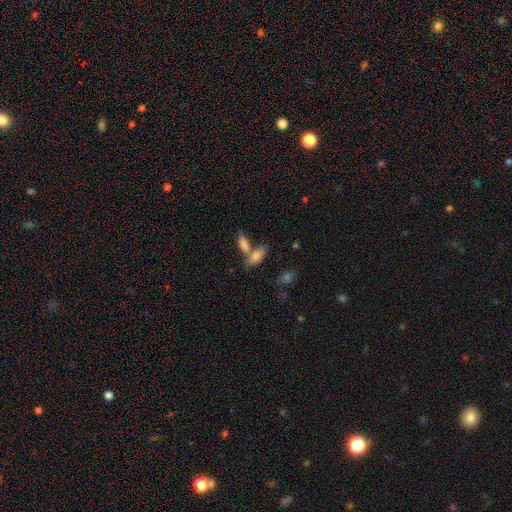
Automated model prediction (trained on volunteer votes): Smooth or featured: smooth — 77% (featured or disk — 15%)
How rounded: in between — 72% (cigar-shaped — 24%)
Merging: merger — 46% (none — 41%)